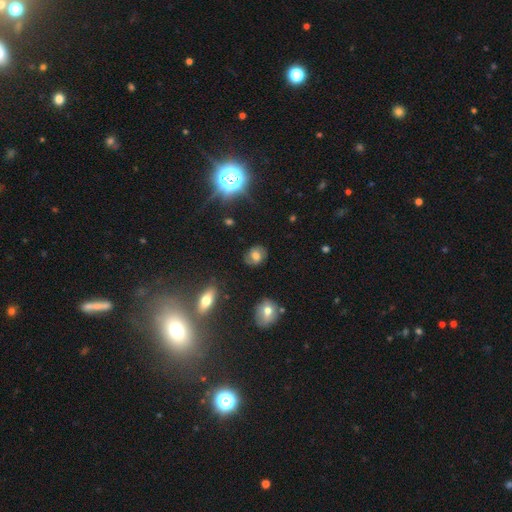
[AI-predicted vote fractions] A smooth galaxy with no disk features (46%).

Vote fractions:
- Smooth or featured? smooth: 46% / featured or disk: 40% / star or artifact: 14%
- Merging? none: 78% / minor disturbance: 15% / major disturbance: 5% / merger: 2%